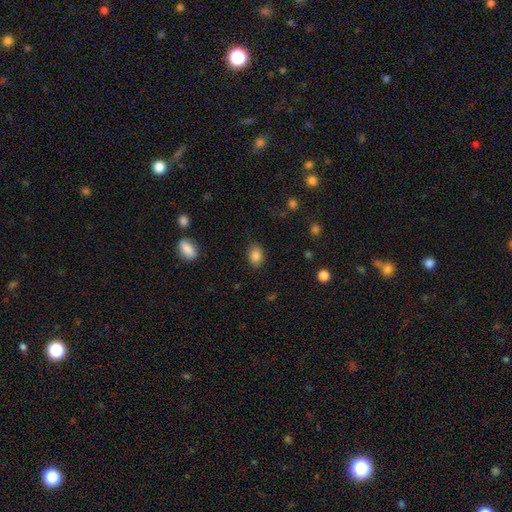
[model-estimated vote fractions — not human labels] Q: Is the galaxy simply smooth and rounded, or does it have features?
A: smooth — 85%.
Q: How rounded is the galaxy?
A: in between — 77%.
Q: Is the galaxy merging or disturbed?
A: none — 82%.